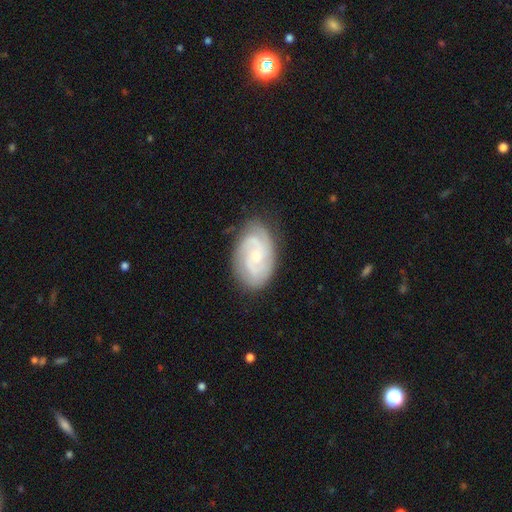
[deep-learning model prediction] Smooth or featured?
  - featured or disk: 81% *
  - smooth: 13%
  - star or artifact: 6%
Edge-on disk?
  - no: 97% *
  - yes: 3%
Bar?
  - no: 65% *
  - weak: 30%
  - strong: 5%
Spiral arms?
  - yes: 96% *
  - no: 4%
Spiral winding?
  - tight: 58% *
  - medium: 35%
  - loose: 8%
Spiral arm count?
  - 2: 34% *
  - 3: 31%
  - can't tell: 20%
  - 4: 7%
  - 1: 4%
  - more than 4: 4%
Bulge size?
  - small: 68% *
  - moderate: 26%
  - none: 3%
  - large: 1%
  - dominant: 1%
Merging?
  - none: 79% *
  - minor disturbance: 15%
  - major disturbance: 4%
  - merger: 1%